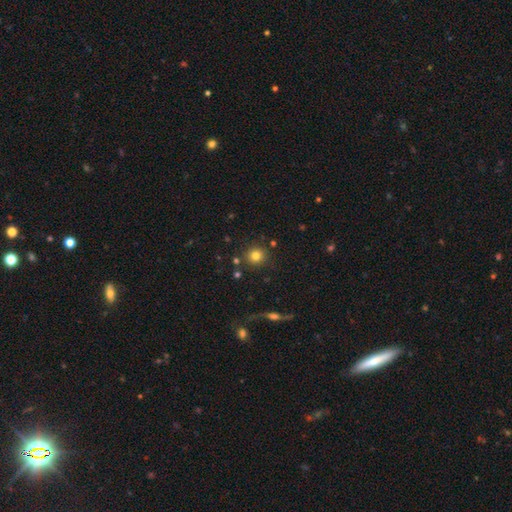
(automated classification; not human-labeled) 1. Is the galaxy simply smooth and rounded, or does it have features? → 79% smooth, 13% star or artifact, 8% featured or disk.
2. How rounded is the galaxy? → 92% round, 7% in between, 1% cigar-shaped.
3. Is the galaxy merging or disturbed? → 85% none, 7% minor disturbance, 5% merger, 3% major disturbance.